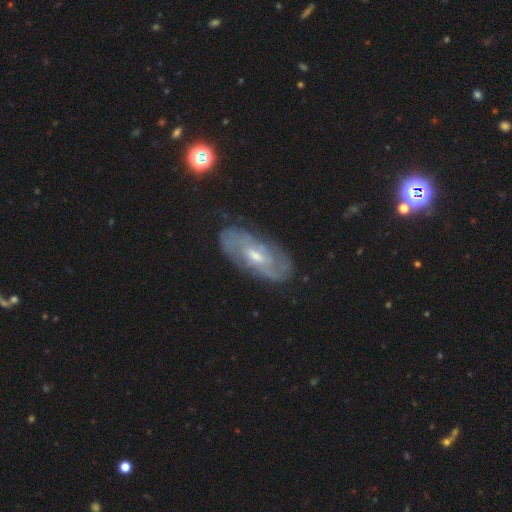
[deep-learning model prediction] Smooth or featured: featured or disk — 76% (smooth — 17%)
Edge-on disk: no — 91% (yes — 9%)
Bar: weak — 51% (no — 37%)
Spiral arms: yes — 86% (no — 14%)
Spiral winding: tight — 50% (medium — 36%)
Spiral arm count: 2 — 43% (can't tell — 40%)
Bulge size: moderate — 54% (small — 41%)
Merging: none — 78% (minor disturbance — 16%)